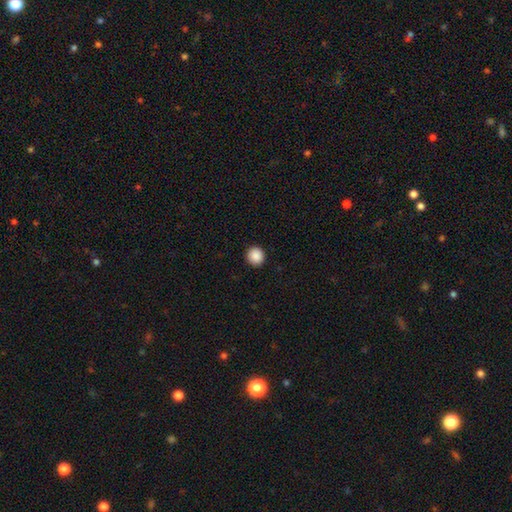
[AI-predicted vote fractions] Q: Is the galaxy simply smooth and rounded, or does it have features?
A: smooth — 89%.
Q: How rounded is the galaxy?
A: round — 92%.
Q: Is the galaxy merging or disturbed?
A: none — 93%.